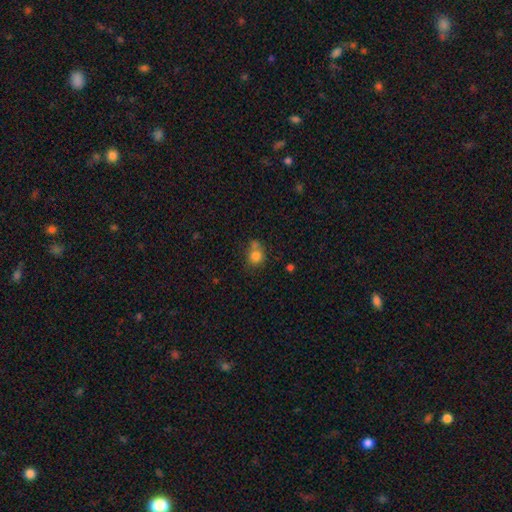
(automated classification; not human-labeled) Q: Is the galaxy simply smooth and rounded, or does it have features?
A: smooth — 80%.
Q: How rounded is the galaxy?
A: round — 77%.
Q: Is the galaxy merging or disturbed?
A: none — 51%.